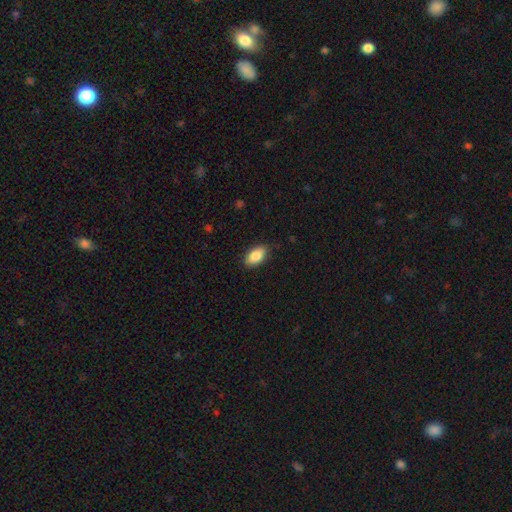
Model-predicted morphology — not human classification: Smooth or featured: smooth — 86% (featured or disk — 7%)
How rounded: in between — 92% (round — 5%)
Merging: none — 84% (minor disturbance — 12%)